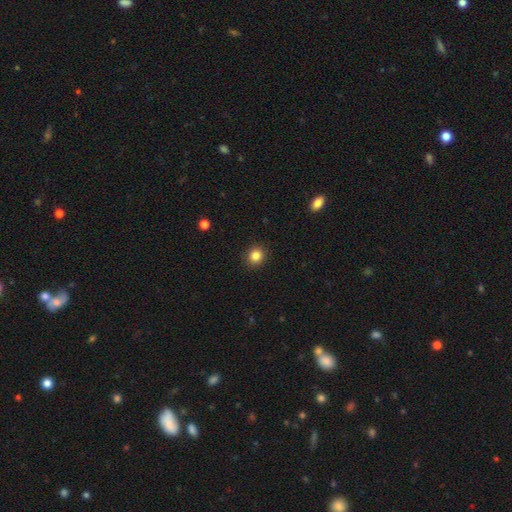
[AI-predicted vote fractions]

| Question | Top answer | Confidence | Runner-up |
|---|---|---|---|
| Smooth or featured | smooth | 85% | star or artifact (11%) |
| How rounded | round | 85% | in between (15%) |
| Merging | none | 91% | minor disturbance (6%) |